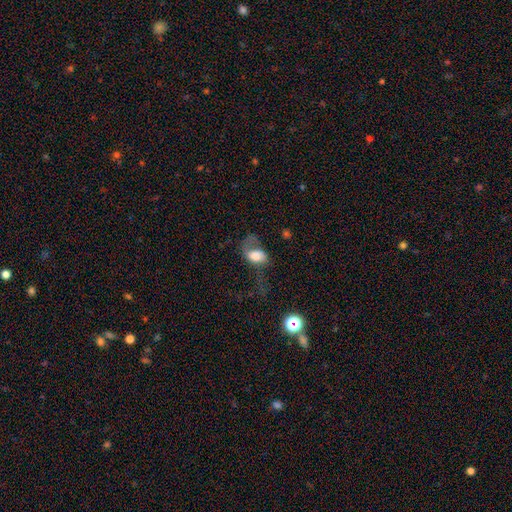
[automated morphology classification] This appears to be a smooth galaxy with no disk features (58%) that is in between round and cigar-shaped (83%). Merging: major disturbance (55%).